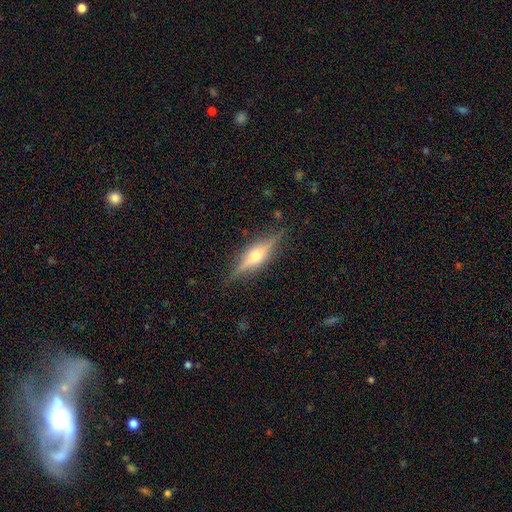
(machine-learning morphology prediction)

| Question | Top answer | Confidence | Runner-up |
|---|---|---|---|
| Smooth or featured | featured or disk | 71% | smooth (22%) |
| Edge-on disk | yes | 95% | no (5%) |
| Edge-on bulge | rounded | 93% | boxy (4%) |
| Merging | none | 86% | minor disturbance (10%) |